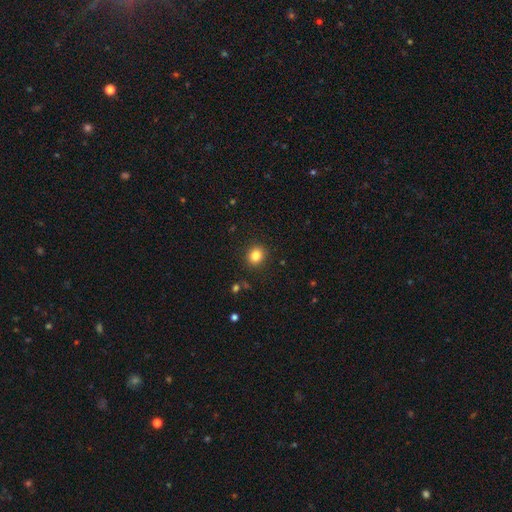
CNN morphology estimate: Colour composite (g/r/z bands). It shows a smooth galaxy with no disk features (83%) that is round (80%). Merging: none (91%).